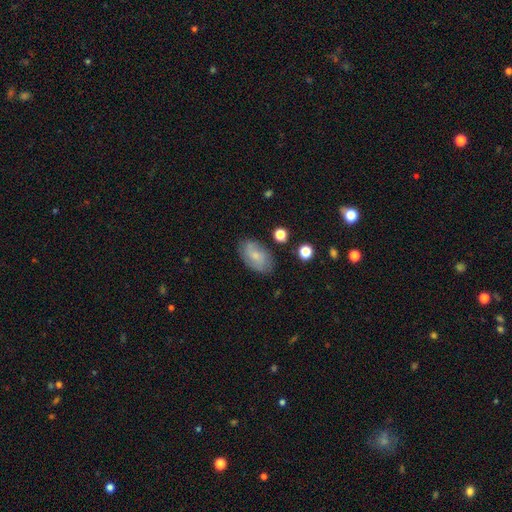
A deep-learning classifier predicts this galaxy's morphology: smooth_or_featured: smooth (p=0.57) [alt: featured or disk p=0.35]
how_rounded: in between (p=0.91) [alt: round p=0.07]
merging: none (p=0.77) [alt: minor disturbance p=0.16]